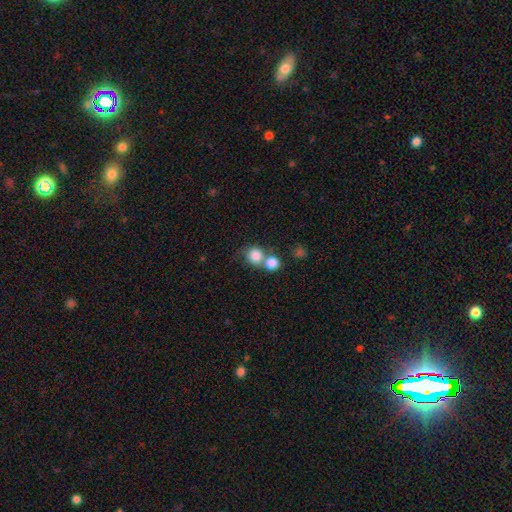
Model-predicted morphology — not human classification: This is clearly a smooth galaxy (82%). How rounded: clearly round (87%). Merging: possibly none (45%).